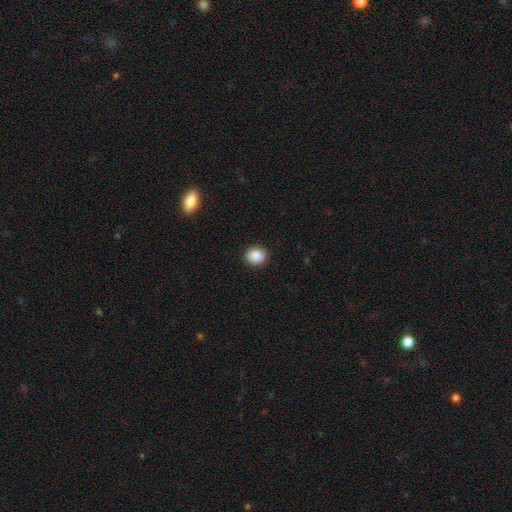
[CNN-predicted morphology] Smooth or featured: smooth — 89% (star or artifact — 8%)
How rounded: round — 76% (in between — 23%)
Merging: none — 90% (minor disturbance — 7%)